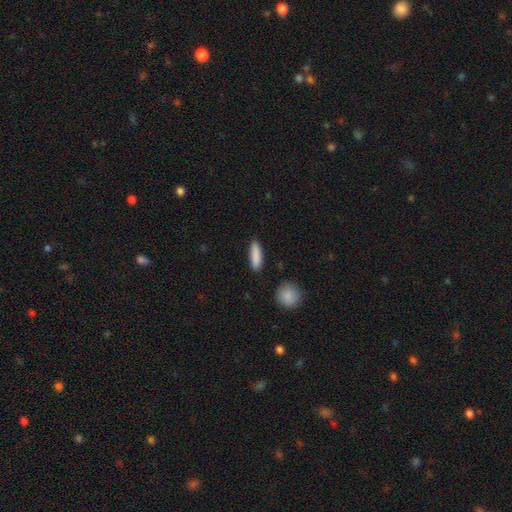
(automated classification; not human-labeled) smooth_or_featured: smooth (p=0.88) [alt: star or artifact p=0.06]
how_rounded: cigar-shaped (p=0.57) [alt: in between p=0.41]
merging: none (p=0.88) [alt: minor disturbance p=0.08]